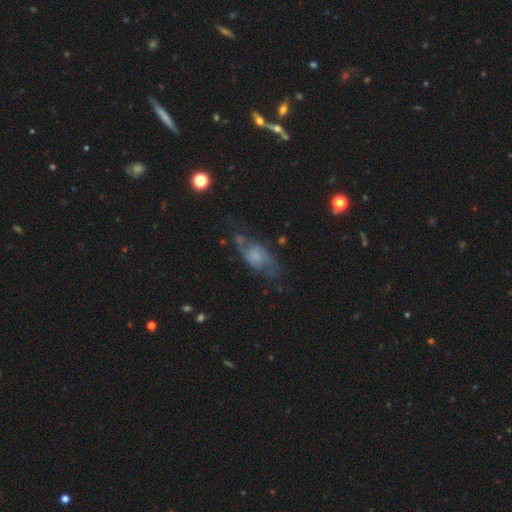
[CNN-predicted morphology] Smooth or featured?
  - featured or disk: 53% *
  - smooth: 37%
  - star or artifact: 11%
Edge-on disk?
  - no: 88% *
  - yes: 12%
Merging?
  - none: 49% *
  - minor disturbance: 26%
  - major disturbance: 20%
  - merger: 4%